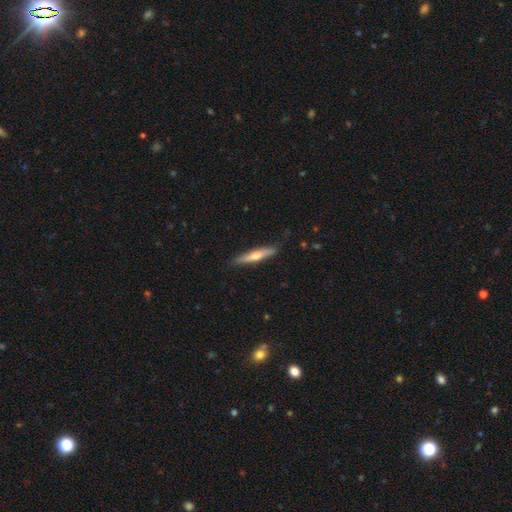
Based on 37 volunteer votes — This is possibly a featured or disk galaxy (59%). It is clearly viewed edge-on (95%). Edge-on bulge: clearly rounded (95%). Merging: clearly none (94%).